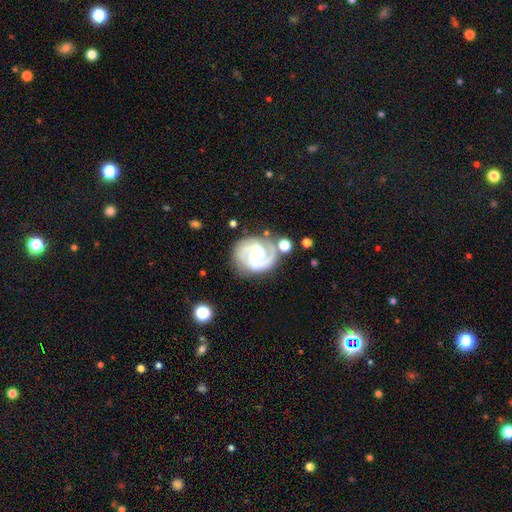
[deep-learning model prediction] smooth_or_featured: featured or disk (p=0.91) [alt: smooth p=0.05]
disk_edge_on: no (p=0.98) [alt: yes p=0.02]
bar: no (p=0.49) [alt: weak p=0.40]
has_spiral_arms: yes (p=0.98) [alt: no p=0.02]
spiral_winding: tight (p=0.58) [alt: medium p=0.38]
spiral_arm_count: 2 (p=0.68) [alt: 3 p=0.20]
bulge_size: small (p=0.58) [alt: moderate p=0.34]
merging: none (p=0.70) [alt: minor disturbance p=0.18]